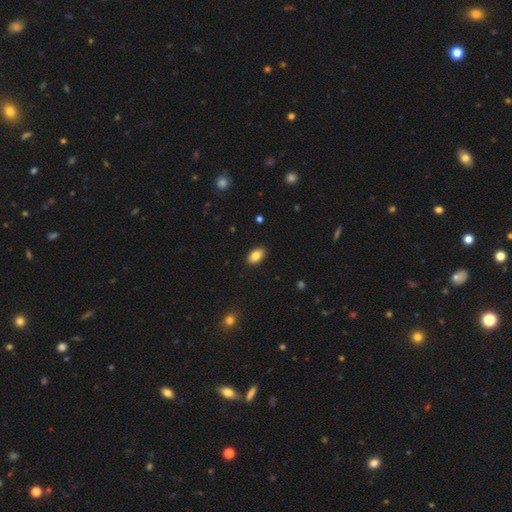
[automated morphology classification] Smooth or featured: smooth — 84% (featured or disk — 9%)
How rounded: in between — 92% (round — 7%)
Merging: none — 89% (minor disturbance — 8%)